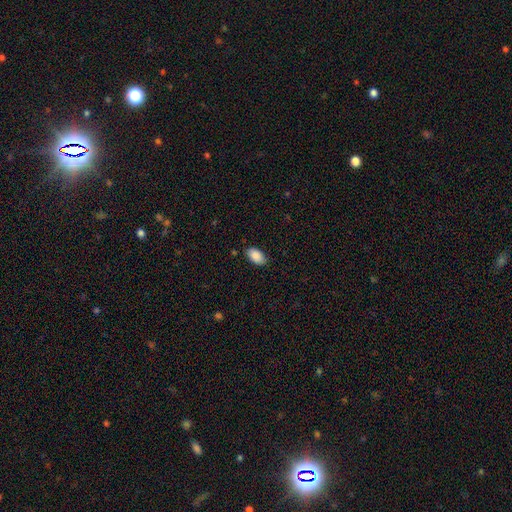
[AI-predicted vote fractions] Q: Smooth or featured?
A: smooth (89%); runner-up: star or artifact (7%)
Q: How rounded?
A: in between (94%); runner-up: round (4%)
Q: Merging?
A: none (83%); runner-up: minor disturbance (13%)